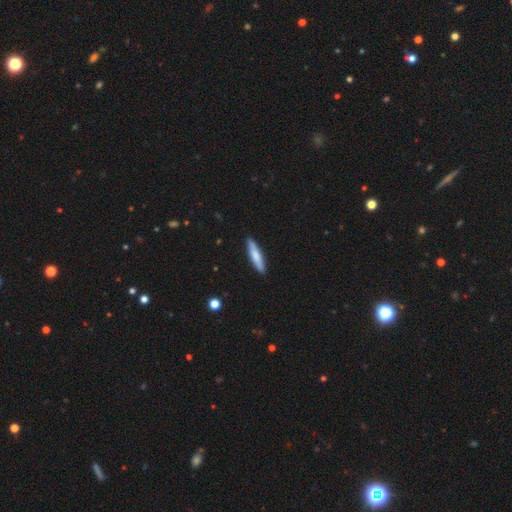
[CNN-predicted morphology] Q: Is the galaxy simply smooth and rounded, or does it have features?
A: smooth — 72%.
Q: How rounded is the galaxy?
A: cigar-shaped — 86%.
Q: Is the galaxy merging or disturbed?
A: none — 90%.